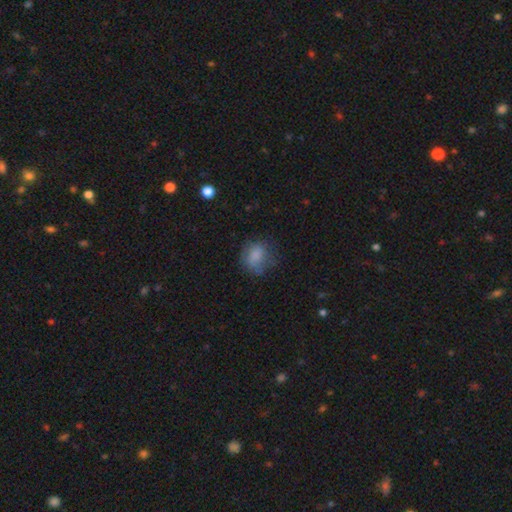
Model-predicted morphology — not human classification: This is likely a smooth galaxy (76%). How rounded: possibly round (57%). Merging: possibly none (56%).